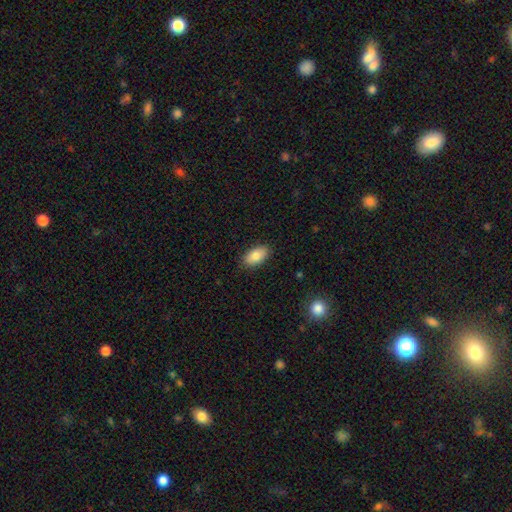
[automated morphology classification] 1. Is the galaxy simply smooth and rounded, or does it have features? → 84% smooth, 10% featured or disk, 7% star or artifact.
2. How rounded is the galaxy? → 94% in between, 4% round, 3% cigar-shaped.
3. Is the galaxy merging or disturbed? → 87% none, 10% minor disturbance, 2% major disturbance, 1% merger.